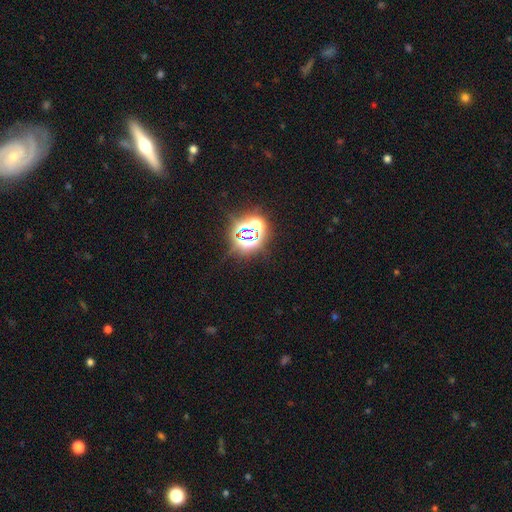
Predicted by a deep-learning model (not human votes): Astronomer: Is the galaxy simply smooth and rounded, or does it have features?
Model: star or artifact — 78%.